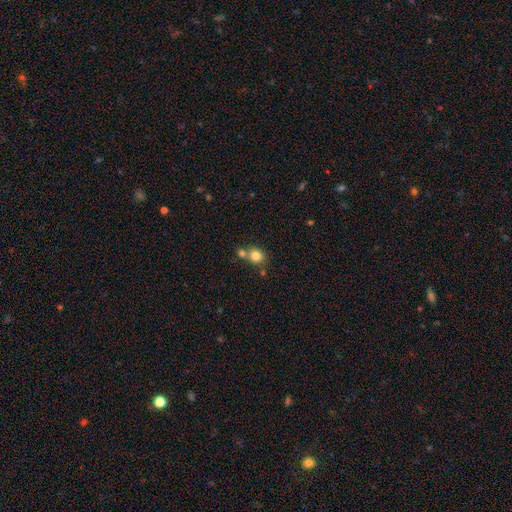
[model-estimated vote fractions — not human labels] Morphology: type=smooth (81%); roundness=round (79%); merging=none (55%).